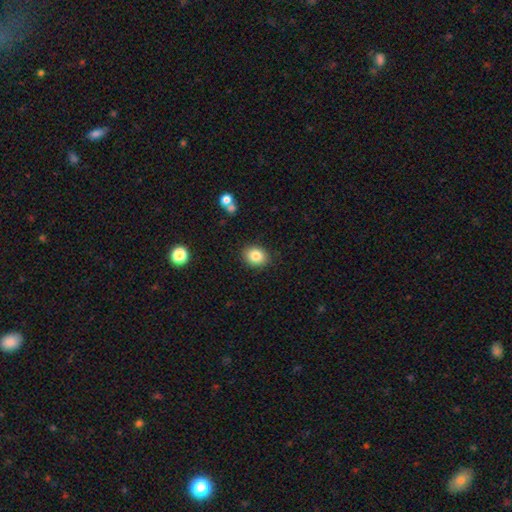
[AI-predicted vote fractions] Smooth or featured? smooth (84%)
How rounded? round (57%)
Merging? none (86%)